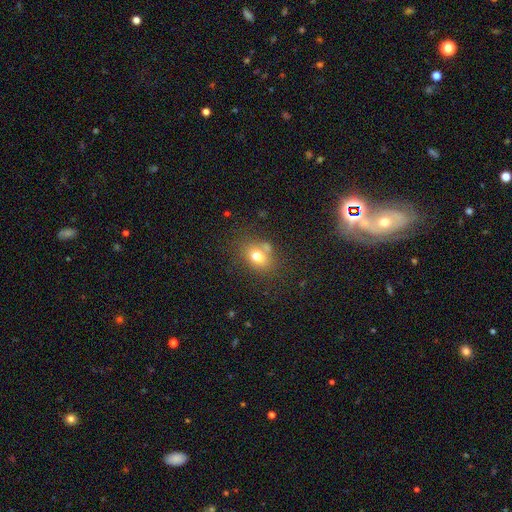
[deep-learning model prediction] Smooth or featured?
  - smooth: 73% *
  - featured or disk: 14%
  - star or artifact: 13%
How rounded?
  - in between: 57% *
  - round: 42%
  - cigar-shaped: 1%
Merging?
  - none: 62% *
  - minor disturbance: 16%
  - merger: 16%
  - major disturbance: 6%